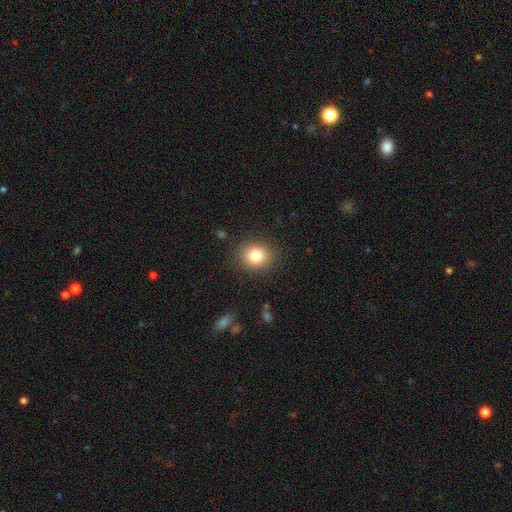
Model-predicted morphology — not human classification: Smooth or featured?
  - smooth: 81% *
  - star or artifact: 11%
  - featured or disk: 8%
How rounded?
  - round: 79% *
  - in between: 20%
  - cigar-shaped: 1%
Merging?
  - none: 88% *
  - minor disturbance: 8%
  - major disturbance: 3%
  - merger: 1%